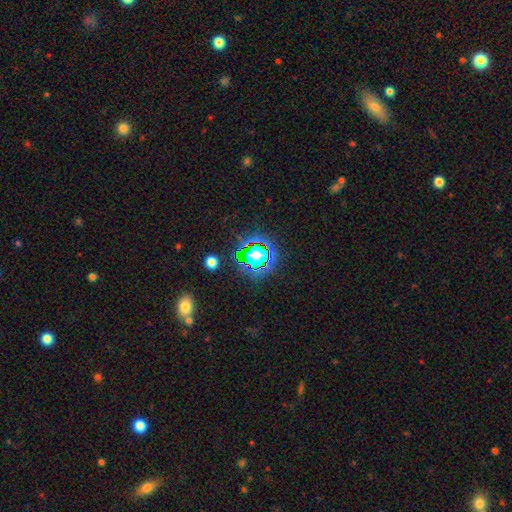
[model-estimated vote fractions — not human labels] A star or artifact, not a galaxy (75%).

Vote fractions:
- Smooth or featured? star or artifact: 75% / smooth: 15% / featured or disk: 9%